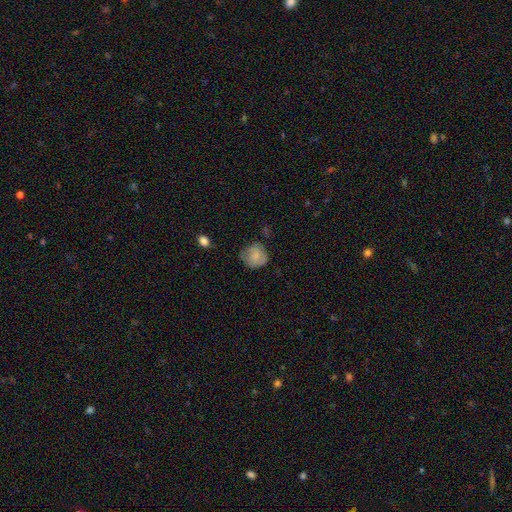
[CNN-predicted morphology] A smooth galaxy with no disk features (69%) that is round (81%).

Vote fractions:
- Smooth or featured? smooth: 69% / featured or disk: 23% / star or artifact: 8%
- How rounded? round: 81% / in between: 18% / cigar-shaped: 1%
- Merging? none: 59% / minor disturbance: 30% / major disturbance: 9% / merger: 2%